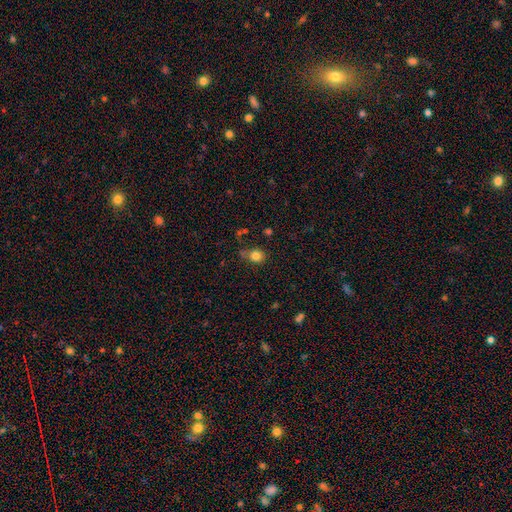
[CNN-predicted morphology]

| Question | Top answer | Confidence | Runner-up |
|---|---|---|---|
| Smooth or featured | smooth | 82% | star or artifact (12%) |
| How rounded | round | 72% | in between (27%) |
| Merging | none | 67% | minor disturbance (21%) |